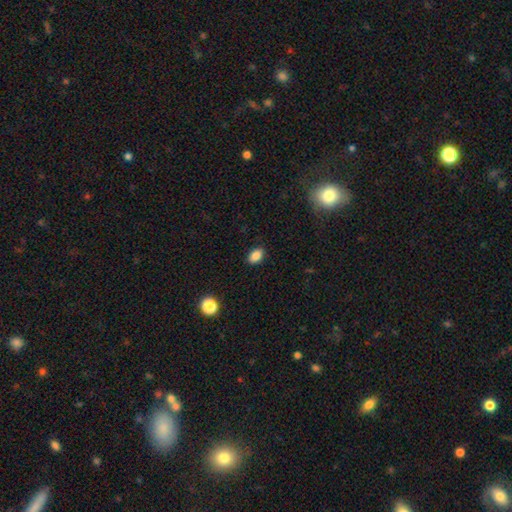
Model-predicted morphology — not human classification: A smooth galaxy with no disk features (86%) that is in between round and cigar-shaped (86%).

Vote fractions:
- Smooth or featured? smooth: 86% / star or artifact: 10% / featured or disk: 4%
- How rounded? in between: 86% / round: 12% / cigar-shaped: 2%
- Merging? none: 88% / minor disturbance: 9% / major disturbance: 2% / merger: 1%